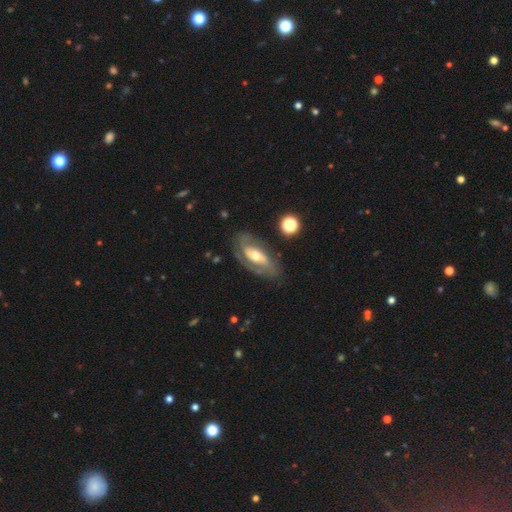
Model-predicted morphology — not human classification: featured or disk 77%, smooth 18%, star or artifact 6%. Down the decision tree: edge-on disk — no (89%); bar — no (37%); spiral arms — yes (82%); spiral arm count — 2 (72%); spiral winding — medium (44%); bulge size — moderate (64%); merging — none (71%).